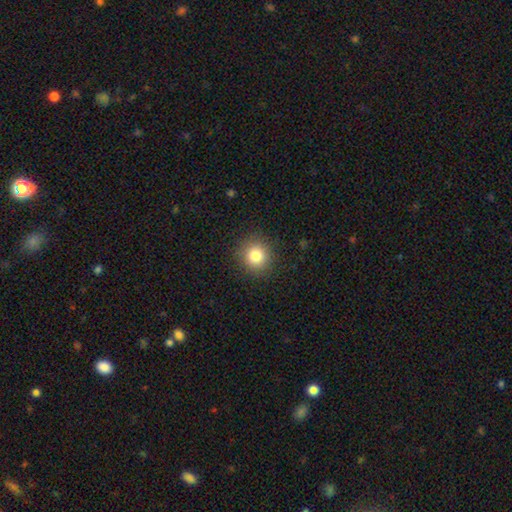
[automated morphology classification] smooth 82%, star or artifact 11%, featured or disk 7%. Down the decision tree: how rounded — round (91%); merging — none (90%).